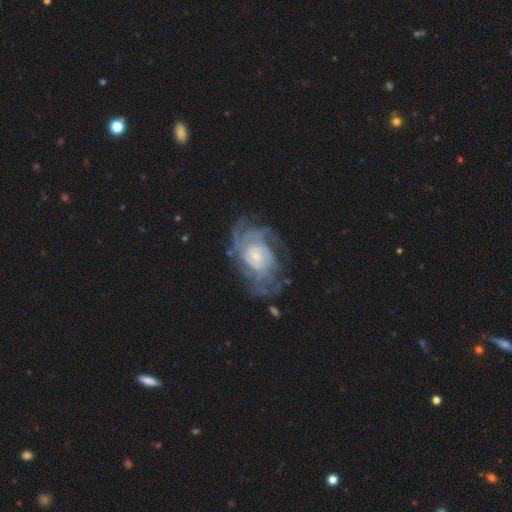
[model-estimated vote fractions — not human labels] The model was most divided on "spiral arm count": can't tell: 39%, 4: 17%, 3: 14%, 2: 13%, more than 4: 10%, 1: 6%. More confident: edge-on disk — no (97%); spiral arms — yes (94%); smooth or featured — featured or disk (85%); merging — none (68%); bar — no (65%); spiral winding — tight (64%); bulge size — small (60%).